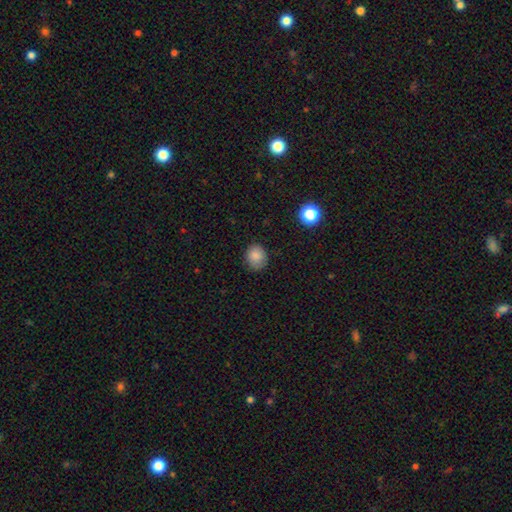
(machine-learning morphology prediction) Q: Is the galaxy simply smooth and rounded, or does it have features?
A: smooth — 85%.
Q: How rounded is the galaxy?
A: round — 73%.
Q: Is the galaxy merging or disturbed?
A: none — 83%.